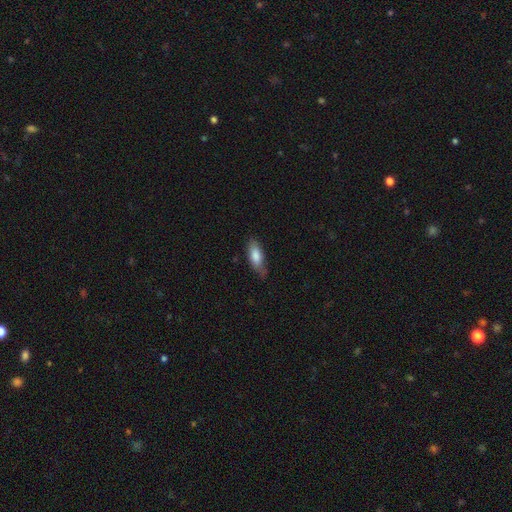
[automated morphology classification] Q: Smooth or featured?
A: smooth (80%); runner-up: featured or disk (14%)
Q: How rounded?
A: in between (75%); runner-up: cigar-shaped (23%)
Q: Merging?
A: none (66%); runner-up: minor disturbance (27%)